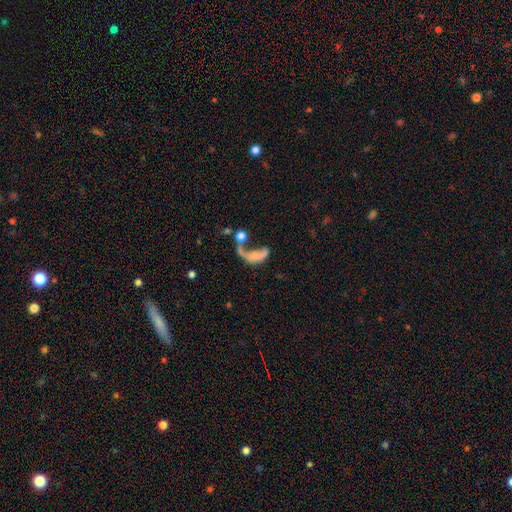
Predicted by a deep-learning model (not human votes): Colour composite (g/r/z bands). It shows a featured or disk galaxy (47%). Merging: major disturbance (40%).